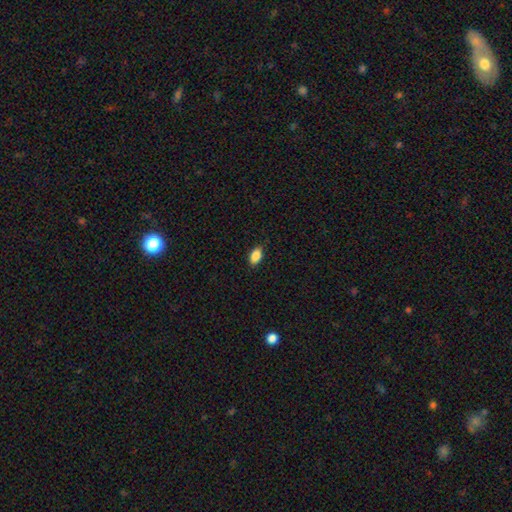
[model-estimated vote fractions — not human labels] A smooth galaxy with no disk features (87%) that is in between round and cigar-shaped (91%).

Vote fractions:
- Smooth or featured? smooth: 87% / star or artifact: 8% / featured or disk: 5%
- How rounded? in between: 91% / round: 6% / cigar-shaped: 3%
- Merging? none: 84% / minor disturbance: 13% / major disturbance: 2% / merger: 1%